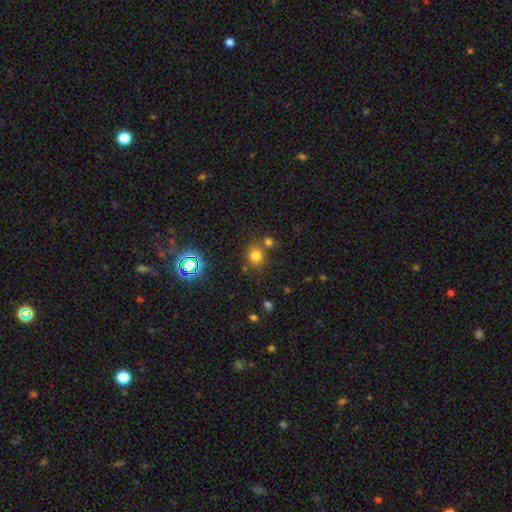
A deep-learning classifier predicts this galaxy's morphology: smooth 74%, star or artifact 19%, featured or disk 7%. Down the decision tree: how rounded — round (80%); merging — none (70%).